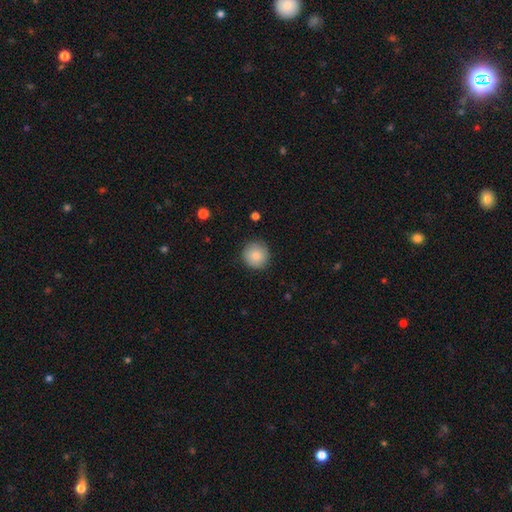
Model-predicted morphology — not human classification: smooth-or-featured: smooth: 84% | featured or disk: 8% | star or artifact: 8%
  how-rounded: round: 94% | in between: 5% | cigar-shaped: 1%
  merging: none: 88% | minor disturbance: 9% | major disturbance: 2% | merger: 1%